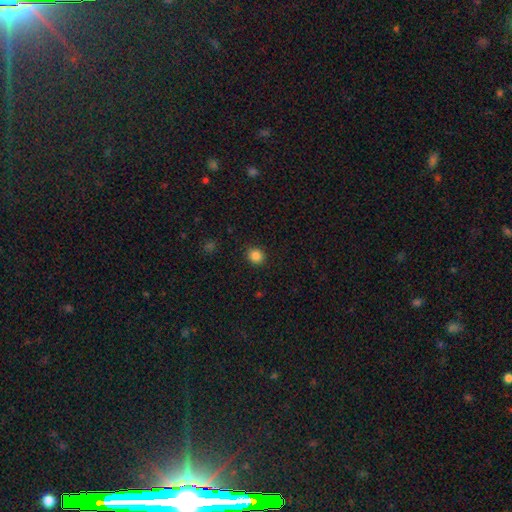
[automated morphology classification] Overall: smooth (85%). How rounded: round (80%). Merging: none (91%).